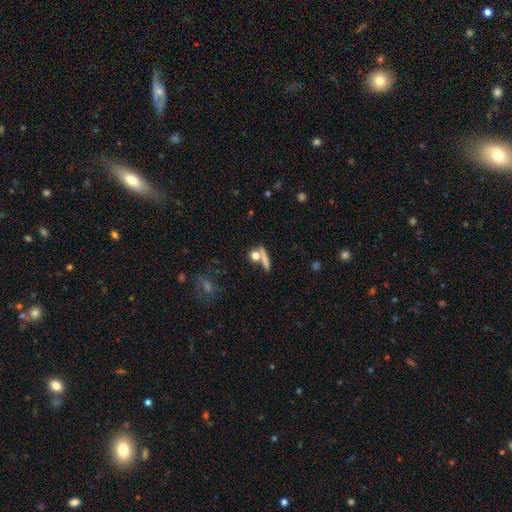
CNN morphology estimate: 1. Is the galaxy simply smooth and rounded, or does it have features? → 70% smooth, 18% featured or disk, 13% star or artifact.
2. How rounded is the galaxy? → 52% round, 29% cigar-shaped, 19% in between.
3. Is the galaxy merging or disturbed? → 57% none, 27% merger, 10% minor disturbance, 6% major disturbance.